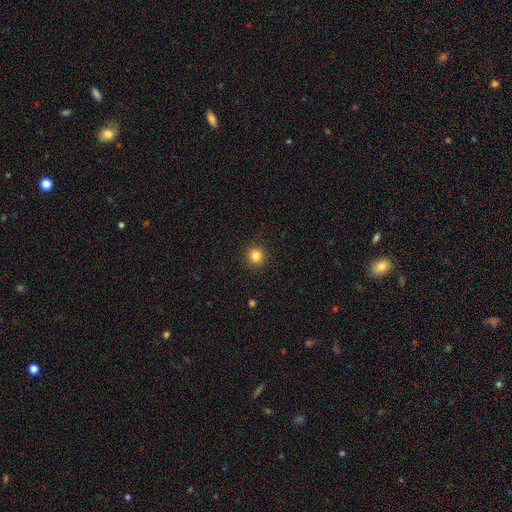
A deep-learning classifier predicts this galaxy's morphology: Smooth or featured: smooth — 84% (star or artifact — 12%)
How rounded: round — 94% (in between — 5%)
Merging: none — 92% (minor disturbance — 5%)